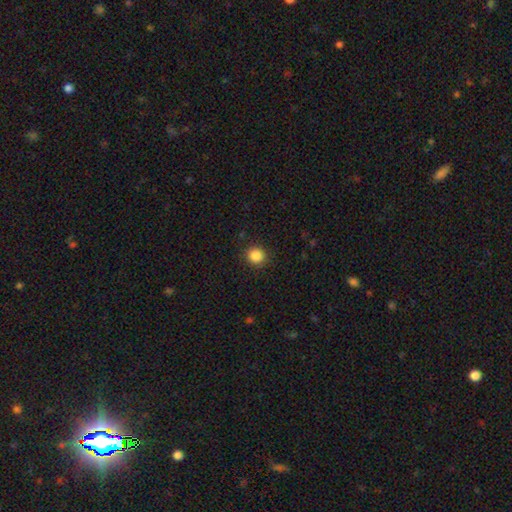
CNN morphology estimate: Smooth or featured: smooth — 86% (star or artifact — 10%)
How rounded: round — 92% (in between — 7%)
Merging: none — 91% (minor disturbance — 6%)